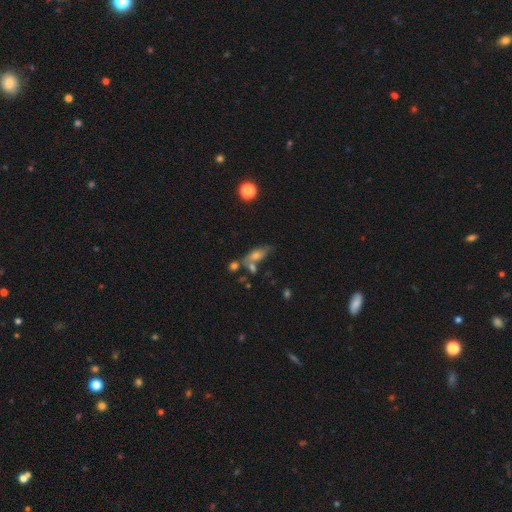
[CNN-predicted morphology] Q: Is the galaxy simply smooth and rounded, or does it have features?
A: smooth — 53%.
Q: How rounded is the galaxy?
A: in between — 64%.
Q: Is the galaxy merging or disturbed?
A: none — 50%.